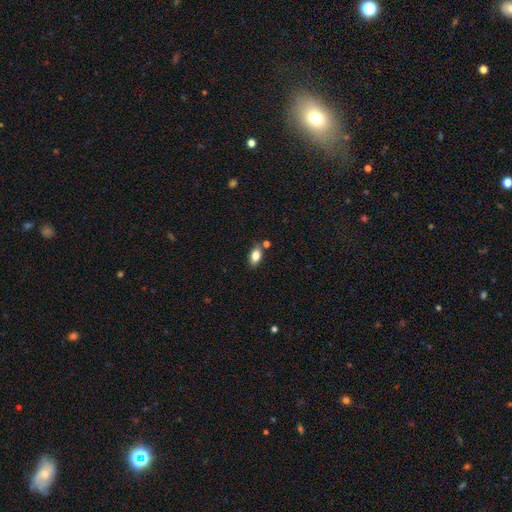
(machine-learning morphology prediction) Smooth or featured? smooth (80%)
How rounded? in between (87%)
Merging? none (77%)